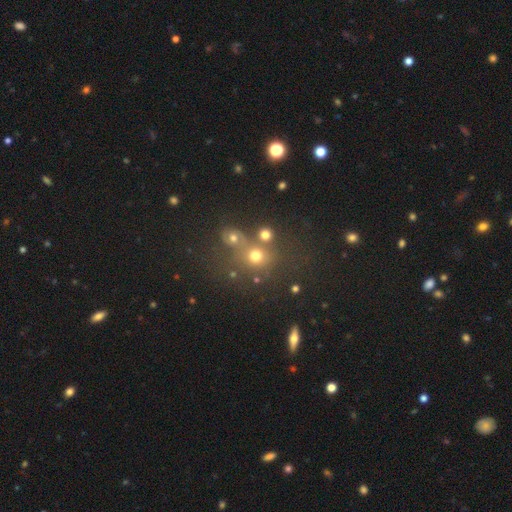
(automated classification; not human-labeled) The model was most divided on "merging": none: 58%, merger: 26%, minor disturbance: 10%, major disturbance: 6%. More confident: how rounded — round (85%); smooth or featured — smooth (69%).